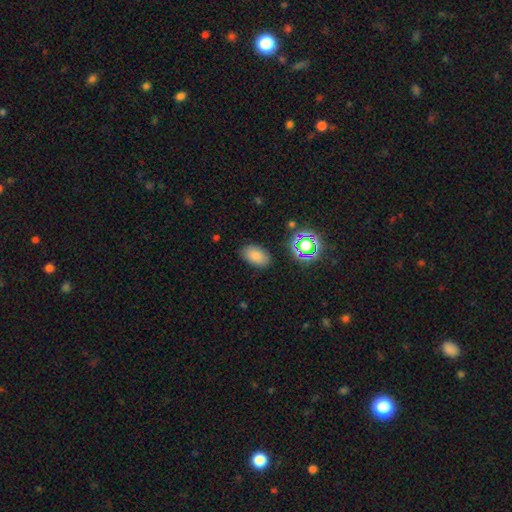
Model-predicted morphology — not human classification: Overall: smooth (79%). How rounded: in between (90%). Merging: none (84%).